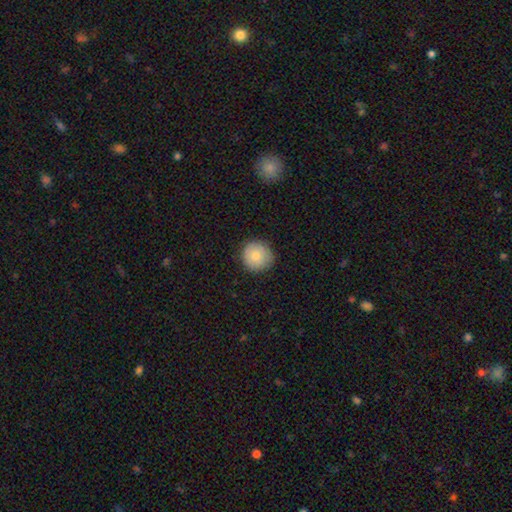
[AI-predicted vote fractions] Smooth or featured? Predicted: smooth (p=0.81). How rounded? Predicted: round (p=0.95). Merging? Predicted: none (p=0.86).